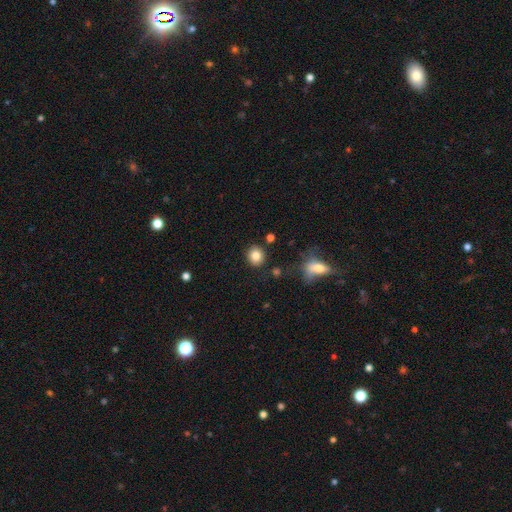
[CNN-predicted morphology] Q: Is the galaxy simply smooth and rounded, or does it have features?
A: smooth — 83%.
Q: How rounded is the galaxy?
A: round — 80%.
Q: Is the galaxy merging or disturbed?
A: none — 86%.